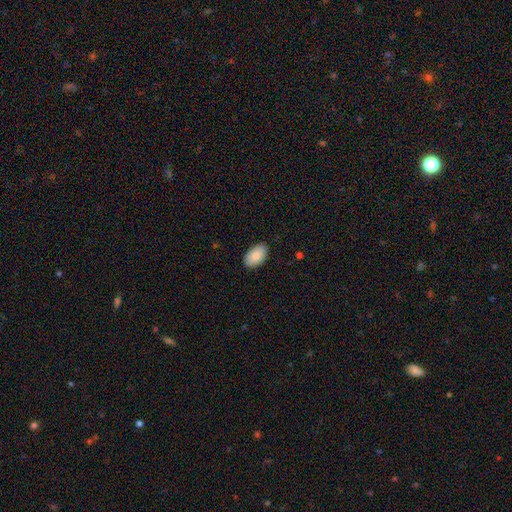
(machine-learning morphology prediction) Smooth or featured? smooth (86%)
How rounded? in between (94%)
Merging? none (86%)